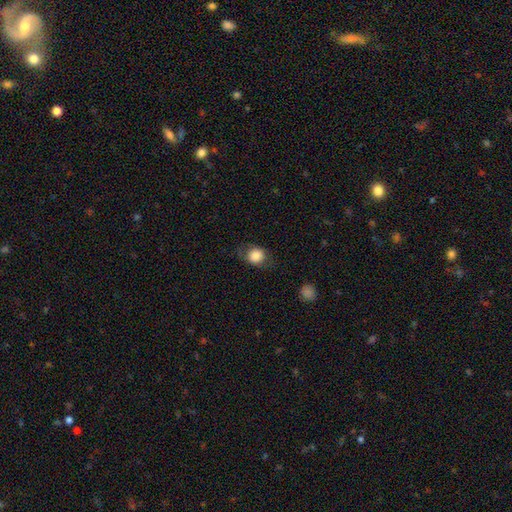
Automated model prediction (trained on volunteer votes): This appears to be a smooth galaxy with no disk features (84%) that is round (74%). Merging: none (72%).